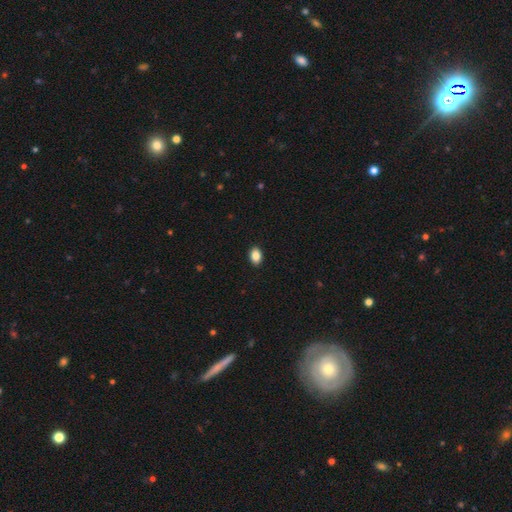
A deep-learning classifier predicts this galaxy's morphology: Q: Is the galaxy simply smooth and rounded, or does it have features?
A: smooth — 88%.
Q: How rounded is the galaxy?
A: in between — 82%.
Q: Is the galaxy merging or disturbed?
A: none — 91%.